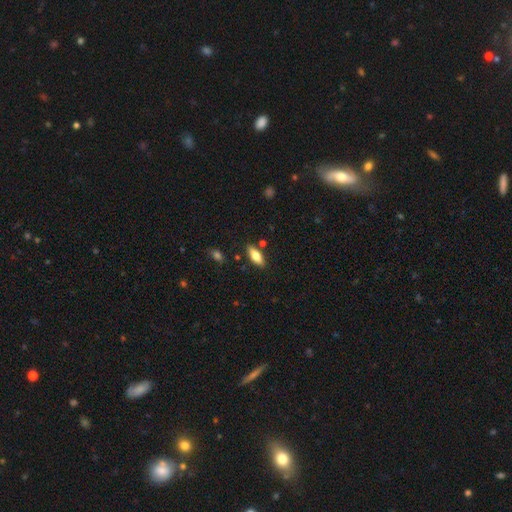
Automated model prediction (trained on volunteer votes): Q: Smooth or featured?
A: smooth (67%); runner-up: featured or disk (27%)
Q: How rounded?
A: in between (75%); runner-up: cigar-shaped (22%)
Q: Merging?
A: none (83%); runner-up: minor disturbance (11%)